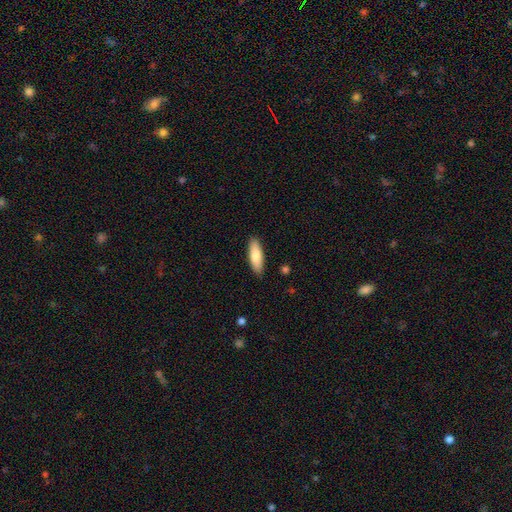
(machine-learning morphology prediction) The model was most divided on "how rounded": in between: 59%, cigar-shaped: 39%, round: 2%. More confident: merging — none (89%); smooth or featured — smooth (82%).